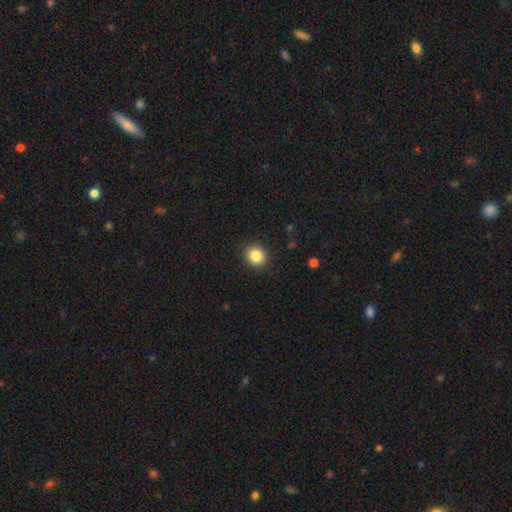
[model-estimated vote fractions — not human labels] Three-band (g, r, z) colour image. It shows a smooth galaxy with no disk features (85%) that is round (80%). Merging: none (90%).